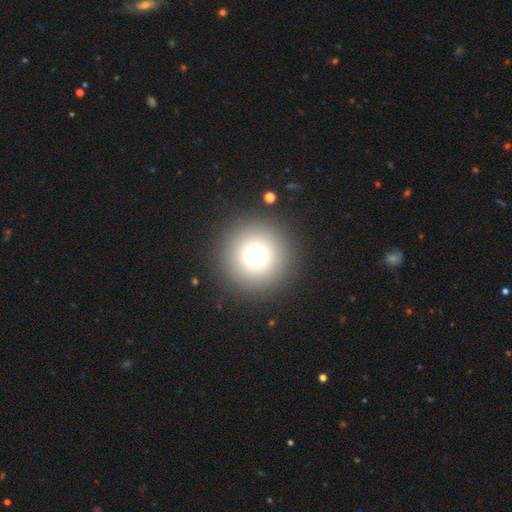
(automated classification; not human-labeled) A smooth galaxy with no disk features (71%) that is round (96%).

Vote fractions:
- Smooth or featured? smooth: 71% / star or artifact: 19% / featured or disk: 10%
- How rounded? round: 96% / in between: 3% / cigar-shaped: 1%
- Merging? none: 91% / minor disturbance: 5% / major disturbance: 3% / merger: 2%